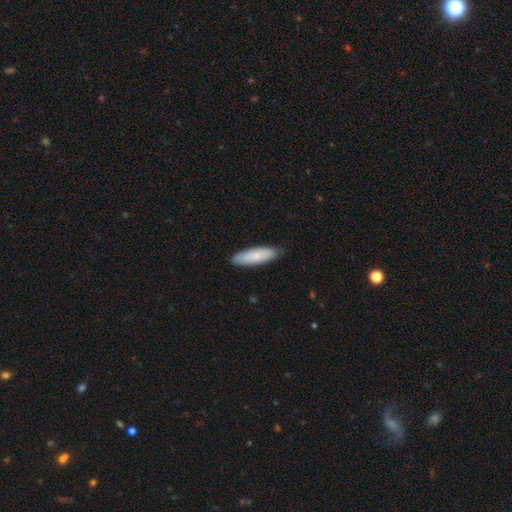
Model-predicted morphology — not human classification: Q: Smooth or featured?
A: smooth (80%); runner-up: featured or disk (15%)
Q: How rounded?
A: cigar-shaped (53%); runner-up: in between (46%)
Q: Merging?
A: none (87%); runner-up: minor disturbance (11%)